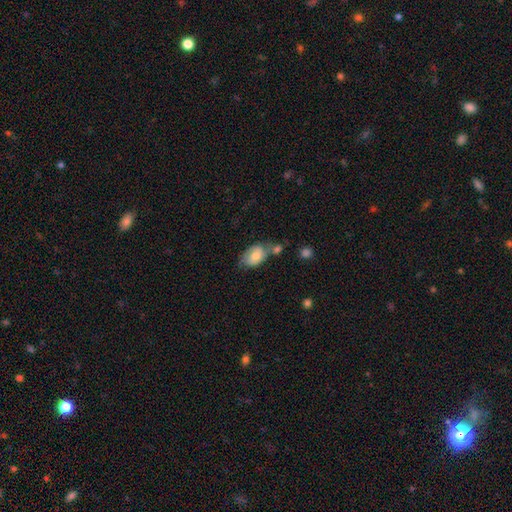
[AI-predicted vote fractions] Smooth or featured? Predicted: smooth (p=0.62). How rounded? Predicted: in between (p=0.85). Merging? Predicted: none (p=0.42).